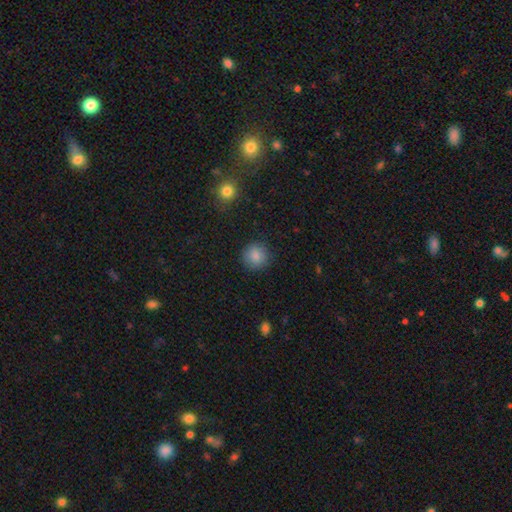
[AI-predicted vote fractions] Smooth or featured? Predicted: smooth (p=0.86). How rounded? Predicted: round (p=0.91). Merging? Predicted: none (p=0.88).